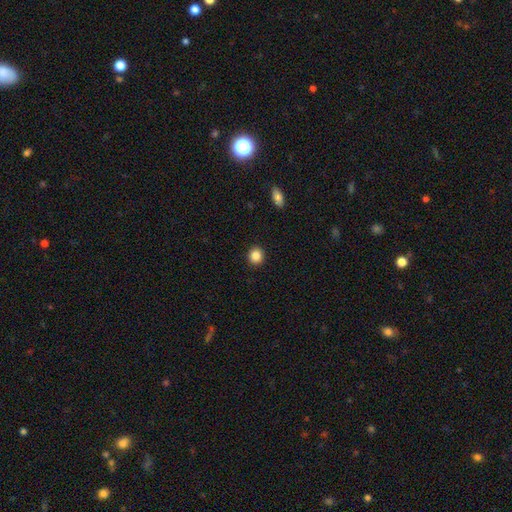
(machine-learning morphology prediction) The model was most divided on "how rounded": round: 84%, in between: 15%, cigar-shaped: 1%. More confident: merging — none (92%); smooth or featured — smooth (86%).